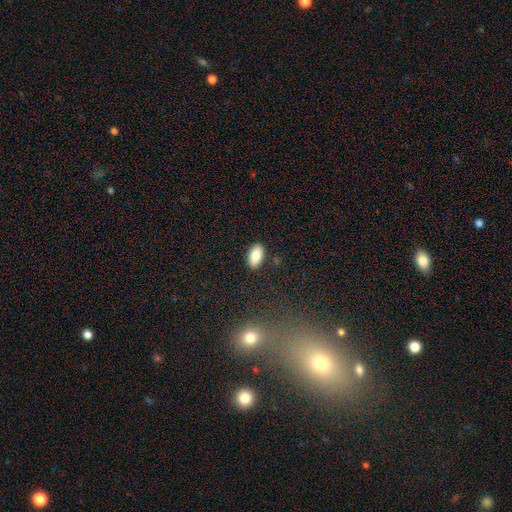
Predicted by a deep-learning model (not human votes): smooth 85%, star or artifact 8%, featured or disk 7%. Down the decision tree: how rounded — in between (93%); merging — none (86%).